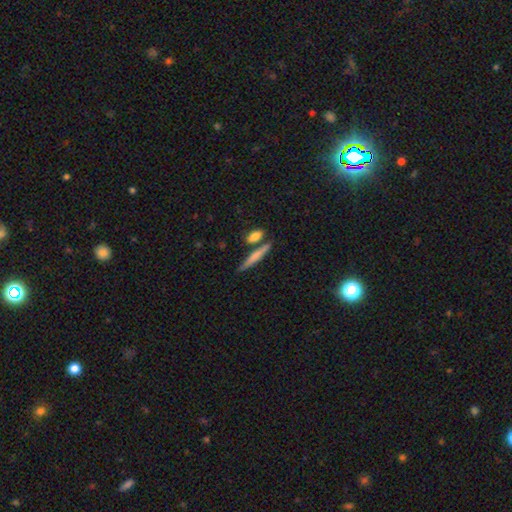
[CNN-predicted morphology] This is likely a smooth galaxy (65%). How rounded: clearly cigar-shaped (87%). Merging: likely none (72%).